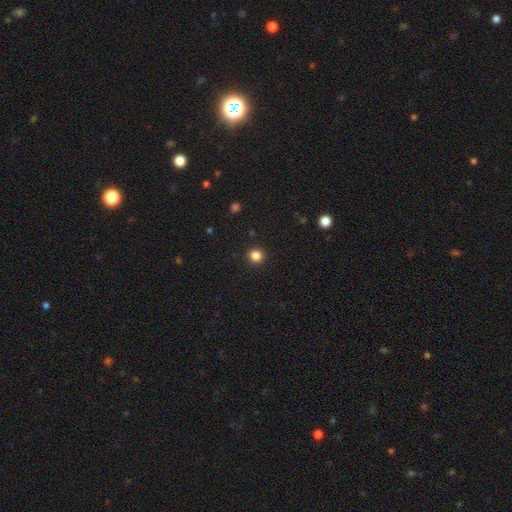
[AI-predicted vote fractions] A smooth galaxy with no disk features (84%) that is round (94%). Merging: none (93%).